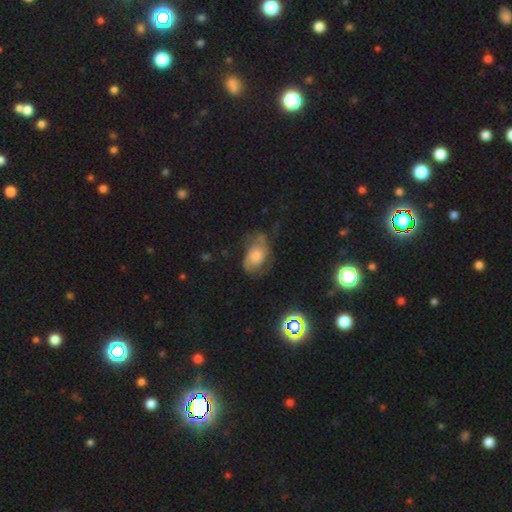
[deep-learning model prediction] smooth-or-featured: featured or disk: 61% | smooth: 26% | star or artifact: 13%
  disk-edge-on: no: 96% | yes: 4%
    bar: no: 75% | weak: 21% | strong: 4%
    has-spiral-arms: yes: 87% | no: 13%
      spiral-winding: medium: 44% | loose: 29% | tight: 27%
      spiral-arm-count: 2: 69% | can't tell: 17% | 1: 5% | 3: 4% | 4: 2% | more than 4: 2%
    bulge-size: moderate: 34% | large: 32% | small: 18% | none: 12% | dominant: 5%
  merging: none: 54% | minor disturbance: 25% | major disturbance: 18% | merger: 2%